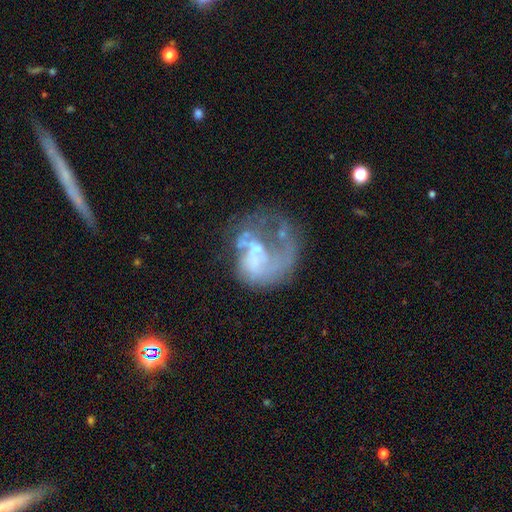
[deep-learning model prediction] The model was most divided on "spiral arms": no: 54%, yes: 46%. Remaining: edge-on disk — no (98%); bar — no (72%); smooth or featured — featured or disk (68%); merging — major disturbance (44%); bulge size — none (43%).